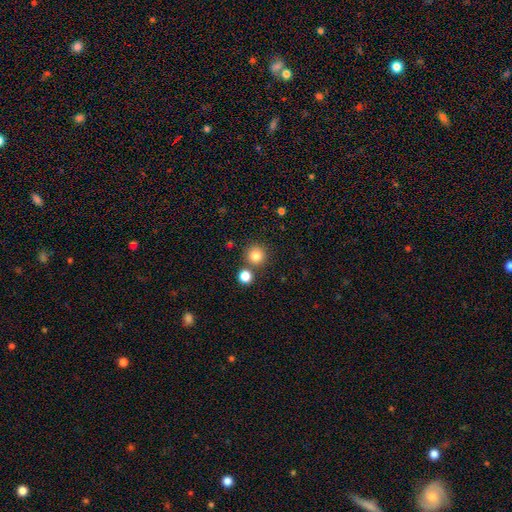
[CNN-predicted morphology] Smooth or featured? smooth (83%)
How rounded? round (95%)
Merging? none (80%)